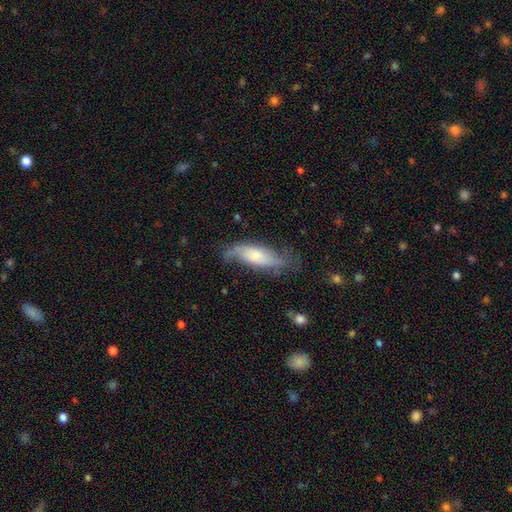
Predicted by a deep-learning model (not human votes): The model was most divided on "smooth or featured": featured or disk: 53%, smooth: 40%, star or artifact: 7%. More confident: edge-on disk — no (78%); merging — none (54%).